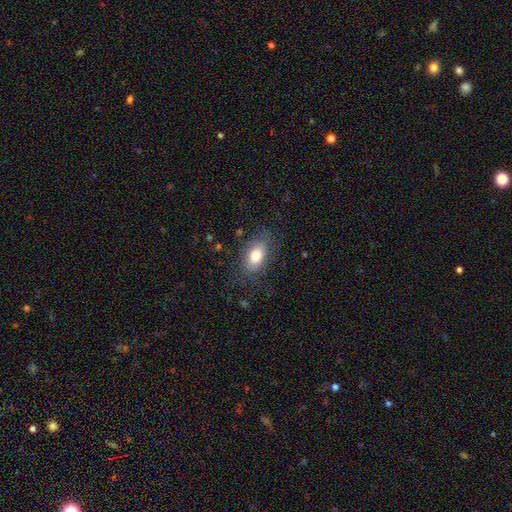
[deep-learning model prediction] The model was most divided on "merging": none: 74%, minor disturbance: 17%, major disturbance: 8%, merger: 1%. More confident: how rounded — in between (89%); smooth or featured — smooth (76%).